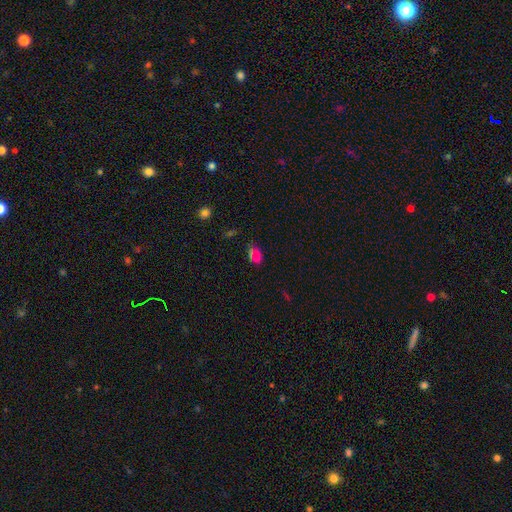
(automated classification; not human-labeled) Smooth or featured? Predicted: smooth (p=0.64). How rounded? Predicted: in between (p=0.76). Merging? Predicted: none (p=0.65).